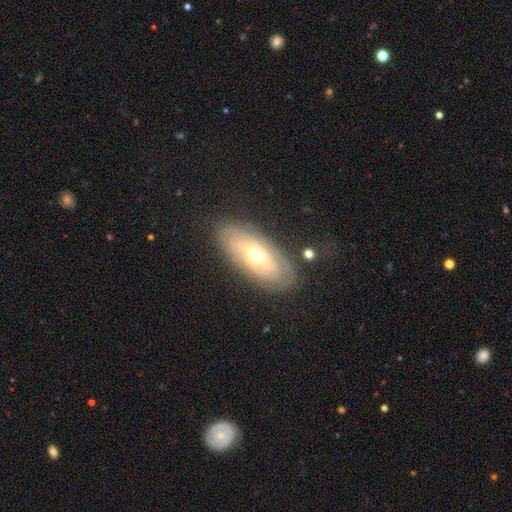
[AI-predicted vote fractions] Overall: featured or disk (65%; smooth 26%). Edge-on disk: no (84%). Bar: no (64%; weak 26%). Spiral arms: yes (69%; no 31%). Bulge size: moderate (63%; small 31%). Merging: none (81%).